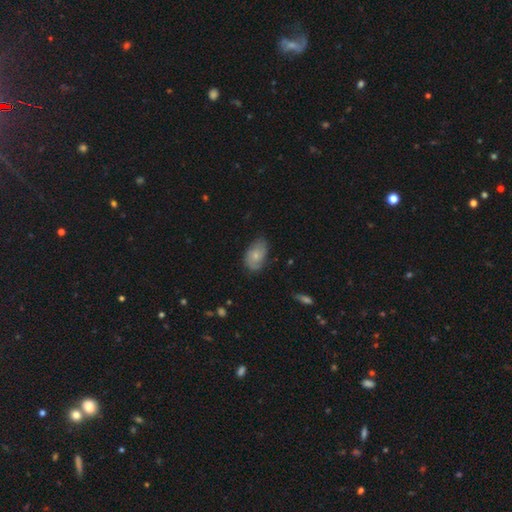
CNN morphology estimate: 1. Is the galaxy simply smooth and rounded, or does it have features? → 59% smooth, 34% featured or disk, 7% star or artifact.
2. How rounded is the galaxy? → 89% in between, 9% round, 2% cigar-shaped.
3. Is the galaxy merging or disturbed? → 63% none, 29% minor disturbance, 7% major disturbance, 1% merger.